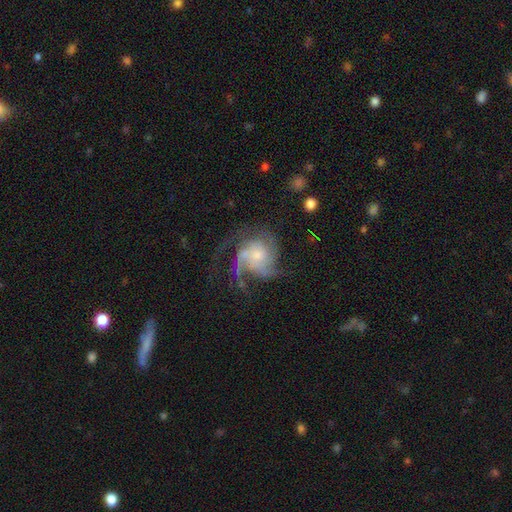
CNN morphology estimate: The model was most divided on "bulge size": small: 45%, moderate: 38%, large: 9%, none: 6%, dominant: 2%. Remaining: edge-on disk — no (98%); spiral arms — yes (96%); smooth or featured — featured or disk (84%); bar — no (76%); merging — none (54%); spiral winding — medium (46%); spiral arm count — 3 (43%).